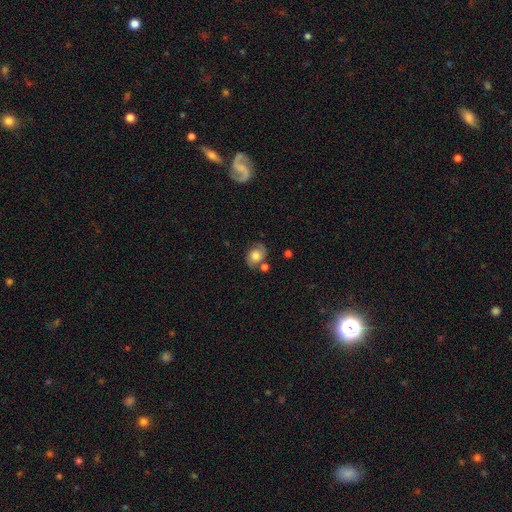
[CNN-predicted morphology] A smooth galaxy with no disk features (52%) that is in between round and cigar-shaped (54%).

Vote fractions:
- Smooth or featured? smooth: 52% / featured or disk: 38% / star or artifact: 10%
- How rounded? in between: 54% / round: 45% / cigar-shaped: 1%
- Merging? none: 59% / minor disturbance: 21% / merger: 11% / major disturbance: 8%